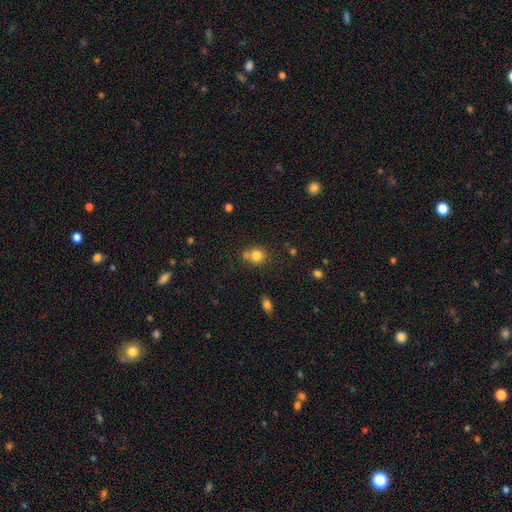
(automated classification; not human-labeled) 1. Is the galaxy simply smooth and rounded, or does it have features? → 80% smooth, 12% star or artifact, 8% featured or disk.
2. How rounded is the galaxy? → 82% round, 17% in between, 1% cigar-shaped.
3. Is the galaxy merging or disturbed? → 60% none, 24% merger, 12% minor disturbance, 4% major disturbance.